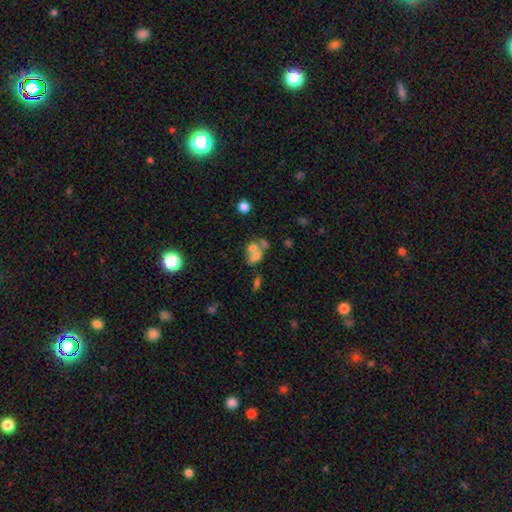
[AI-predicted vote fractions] A smooth galaxy with no disk features (56%) that is in between round and cigar-shaped (61%).

Vote fractions:
- Smooth or featured? smooth: 56% / featured or disk: 29% / star or artifact: 15%
- How rounded? in between: 61% / round: 37% / cigar-shaped: 2%
- Merging? merger: 55% / none: 25% / minor disturbance: 10% / major disturbance: 10%